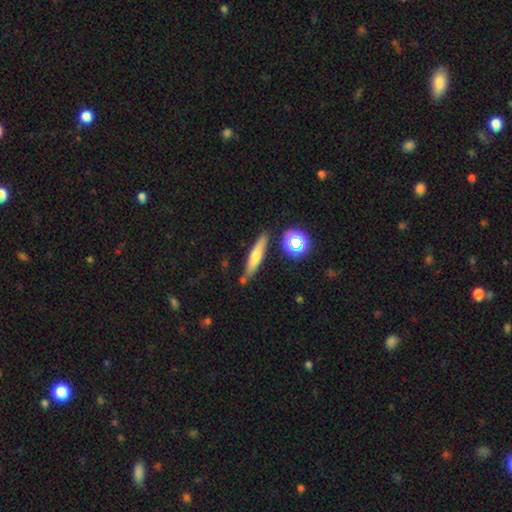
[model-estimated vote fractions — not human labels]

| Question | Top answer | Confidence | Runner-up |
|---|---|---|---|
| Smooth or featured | smooth | 54% | featured or disk (36%) |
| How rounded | cigar-shaped | 82% | in between (15%) |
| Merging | none | 81% | minor disturbance (11%) |